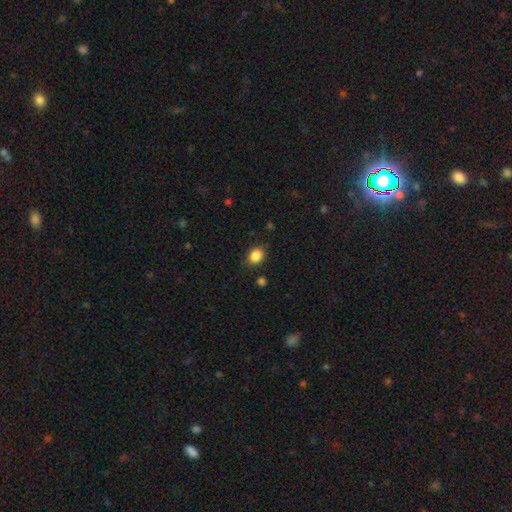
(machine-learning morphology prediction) Overall: smooth (87%). How rounded: in between (60%; round 39%). Merging: none (82%).